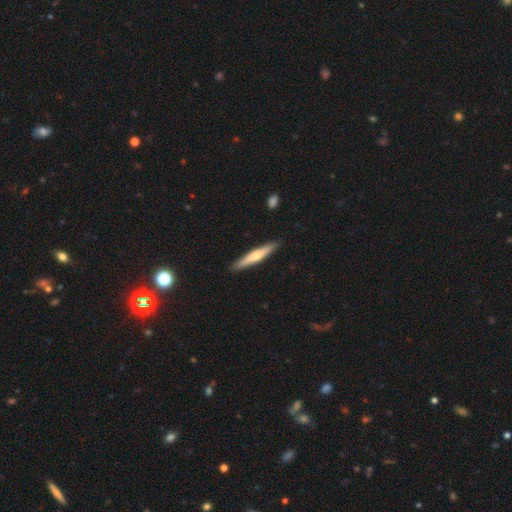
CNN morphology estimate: featured or disk 49%, smooth 46%, star or artifact 5%. Down the decision tree: merging — none (90%).